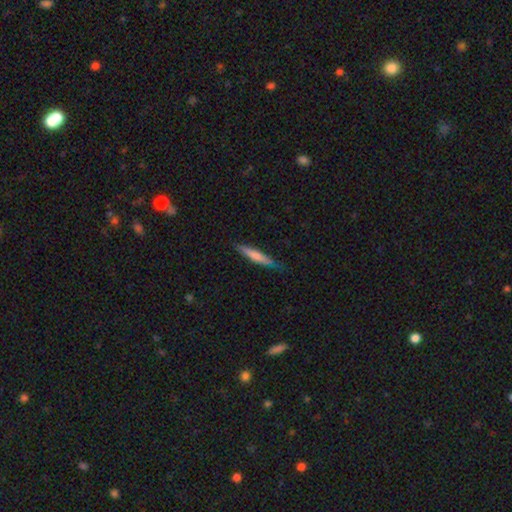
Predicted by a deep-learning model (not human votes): smooth 54%, featured or disk 39%, star or artifact 6%. Down the decision tree: how rounded — cigar-shaped (94%); merging — none (83%).